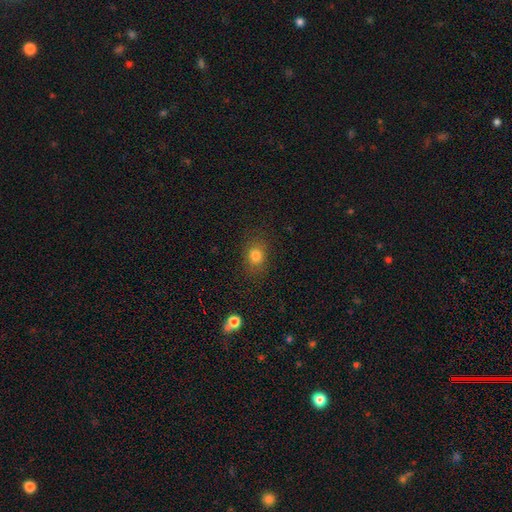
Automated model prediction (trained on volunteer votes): Q: Smooth or featured?
A: smooth (81%); runner-up: star or artifact (12%)
Q: How rounded?
A: round (51%); runner-up: in between (47%)
Q: Merging?
A: none (81%); runner-up: minor disturbance (12%)